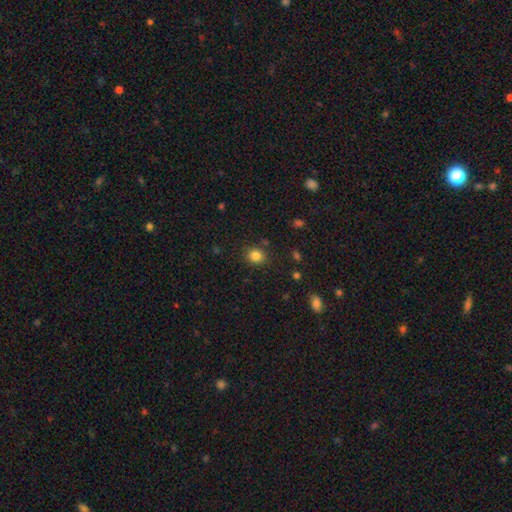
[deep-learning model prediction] Smooth or featured? smooth (83%)
How rounded? round (75%)
Merging? none (84%)